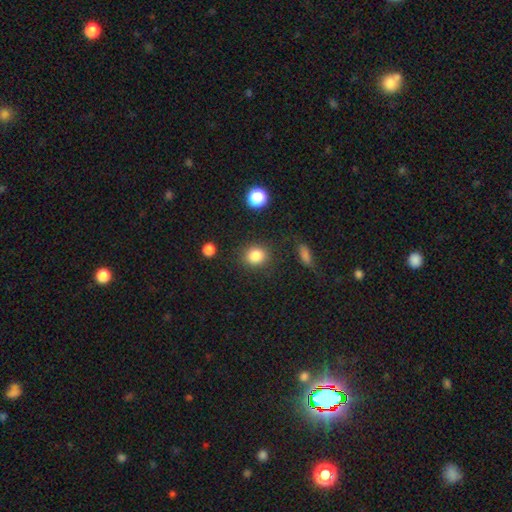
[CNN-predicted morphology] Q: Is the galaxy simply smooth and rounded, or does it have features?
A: smooth — 84%.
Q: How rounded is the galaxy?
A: round — 76%.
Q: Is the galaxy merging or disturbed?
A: none — 86%.